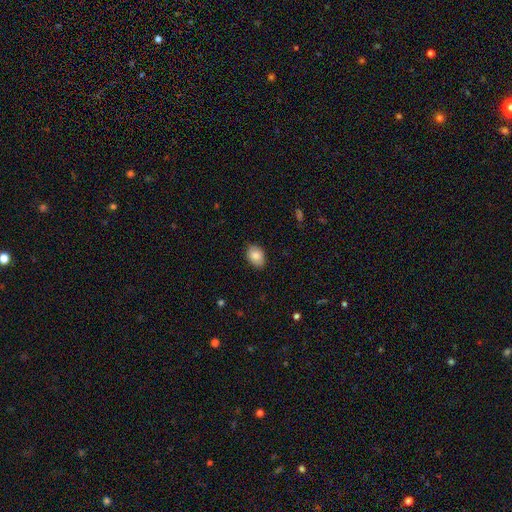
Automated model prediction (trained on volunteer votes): smooth-or-featured: smooth: 85% | featured or disk: 8% | star or artifact: 7%
  how-rounded: in between: 80% | round: 19% | cigar-shaped: 1%
  merging: none: 86% | minor disturbance: 11% | major disturbance: 2% | merger: 1%